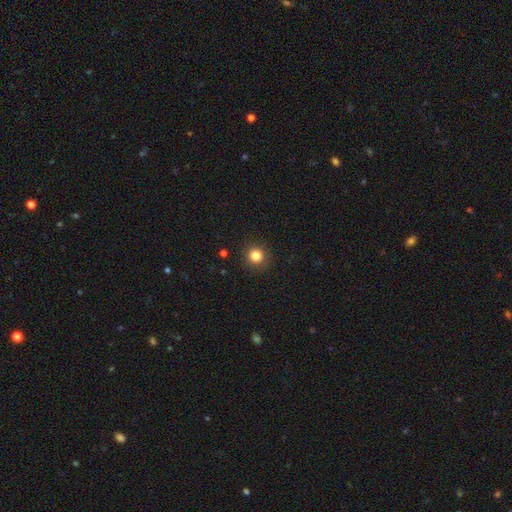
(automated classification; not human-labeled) smooth_or_featured: smooth (p=0.83) [alt: star or artifact p=0.12]
how_rounded: round (p=0.94) [alt: in between p=0.05]
merging: none (p=0.90) [alt: minor disturbance p=0.06]